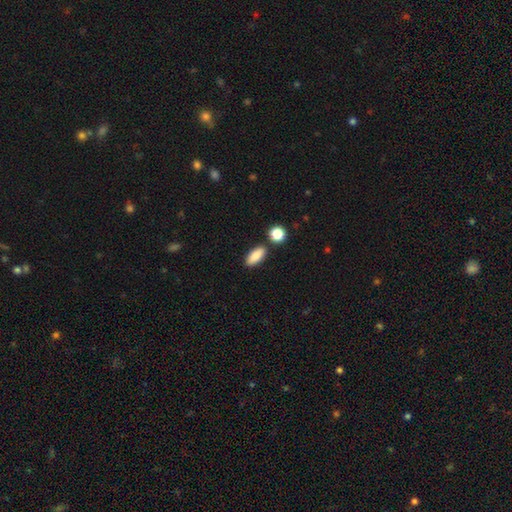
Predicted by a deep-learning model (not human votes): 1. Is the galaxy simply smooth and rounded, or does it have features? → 86% smooth, 7% featured or disk, 7% star or artifact.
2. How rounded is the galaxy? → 79% in between, 17% cigar-shaped, 4% round.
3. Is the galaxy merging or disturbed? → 82% none, 9% minor disturbance, 7% merger, 2% major disturbance.